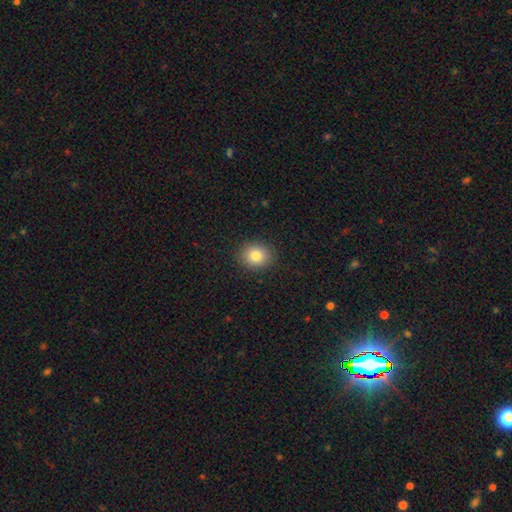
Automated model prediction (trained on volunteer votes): A smooth galaxy with no disk features (83%) that is round (66%).

Vote fractions:
- Smooth or featured? smooth: 83% / star or artifact: 10% / featured or disk: 7%
- How rounded? round: 66% / in between: 33% / cigar-shaped: 1%
- Merging? none: 90% / minor disturbance: 7% / major disturbance: 2% / merger: 1%